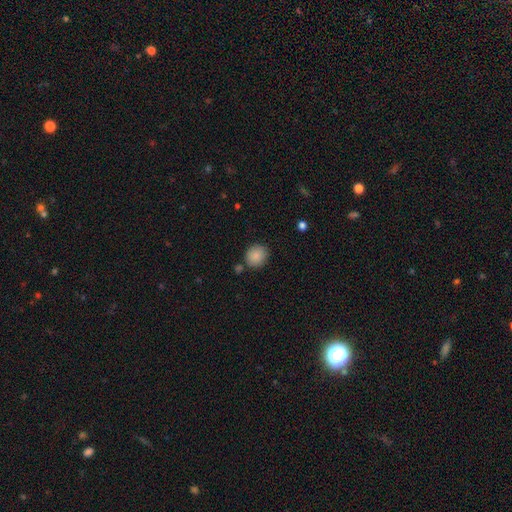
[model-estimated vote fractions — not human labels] Q: Smooth or featured?
A: smooth (88%); runner-up: star or artifact (8%)
Q: How rounded?
A: round (82%); runner-up: in between (17%)
Q: Merging?
A: none (79%); runner-up: minor disturbance (12%)